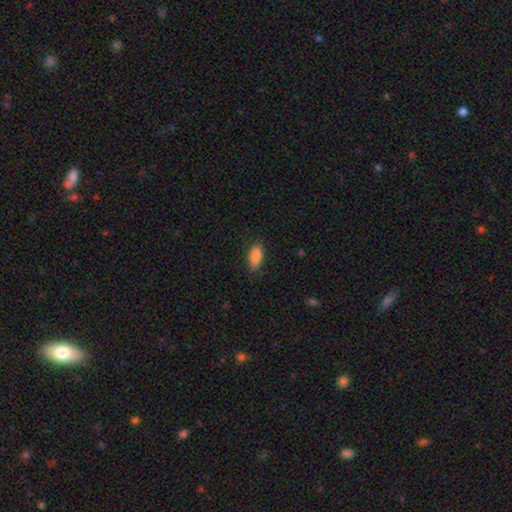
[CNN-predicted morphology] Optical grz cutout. It shows a smooth galaxy with no disk features (87%) that is in between round and cigar-shaped (84%). Merging: none (83%).